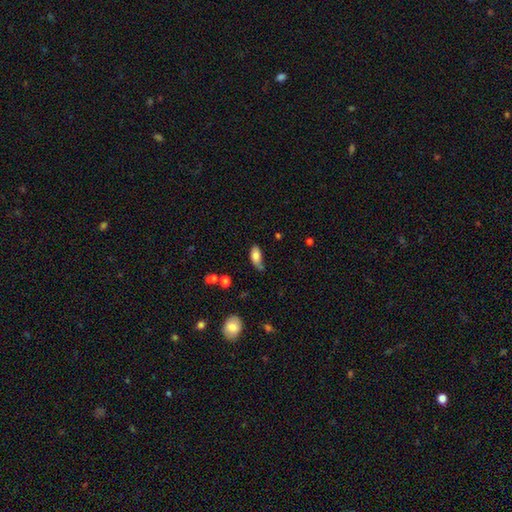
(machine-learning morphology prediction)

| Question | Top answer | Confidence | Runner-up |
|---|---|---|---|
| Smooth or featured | smooth | 79% | featured or disk (13%) |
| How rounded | in between | 89% | cigar-shaped (8%) |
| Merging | none | 48% | minor disturbance (34%) |